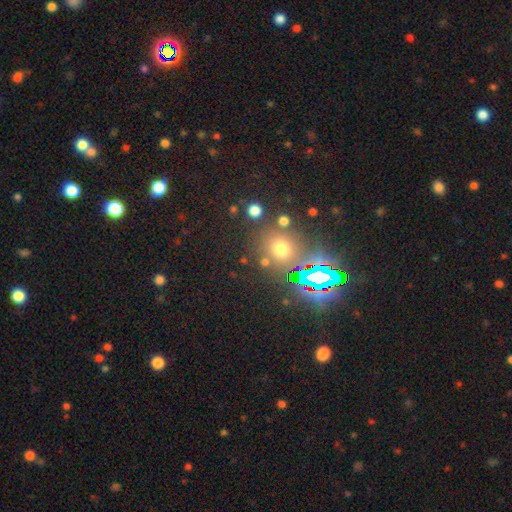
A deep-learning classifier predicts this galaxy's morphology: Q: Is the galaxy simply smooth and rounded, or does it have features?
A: star or artifact — 74%.